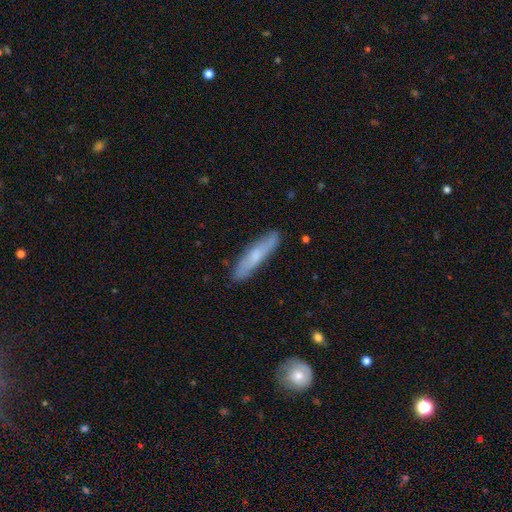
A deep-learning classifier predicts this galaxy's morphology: Smooth or featured: smooth — 58% (featured or disk — 36%)
How rounded: cigar-shaped — 86% (in between — 12%)
Merging: none — 86% (minor disturbance — 11%)